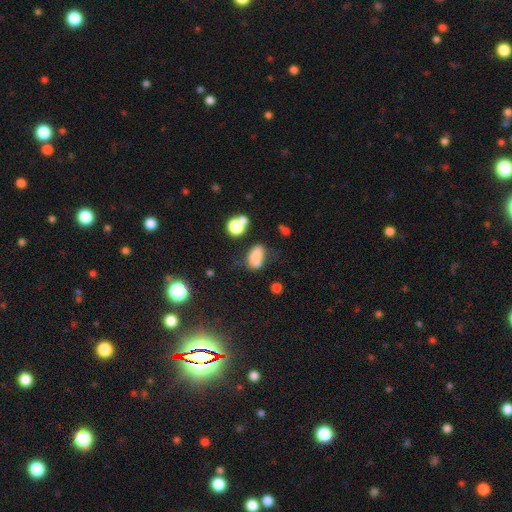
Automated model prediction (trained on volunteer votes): Morphology: type=smooth (76%); roundness=in between (84%); merging=none (45%).